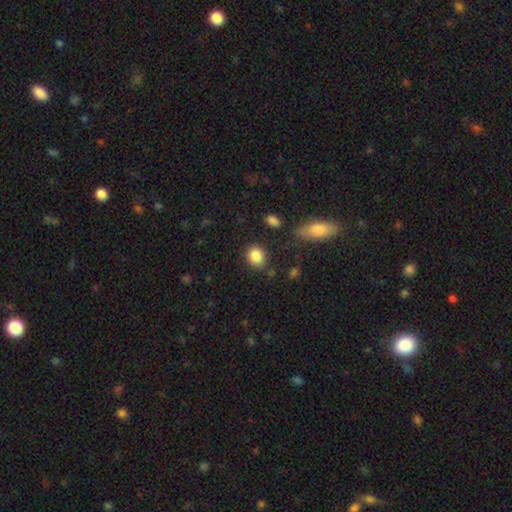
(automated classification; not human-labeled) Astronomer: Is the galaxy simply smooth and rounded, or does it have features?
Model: smooth — 87%.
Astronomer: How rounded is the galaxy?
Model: round — 65%.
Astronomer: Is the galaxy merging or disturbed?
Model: none — 79%.